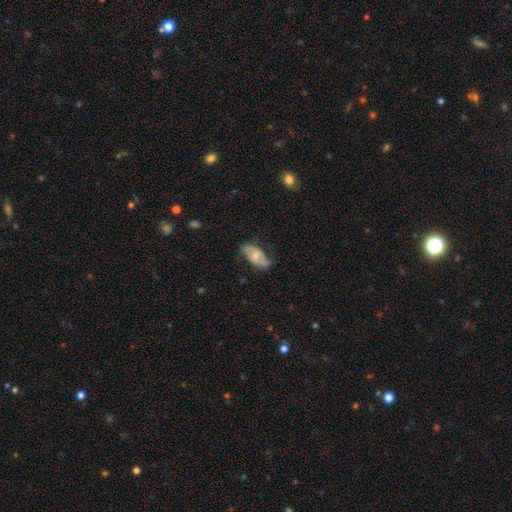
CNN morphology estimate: This is likely a featured or disk galaxy (60%). It is clearly not viewed edge-on (94%). Bar: possibly no (56%). Spiral arm pattern: clearly yes (82%). Central bulge: possibly small (45%). Merging: possibly none (59%).